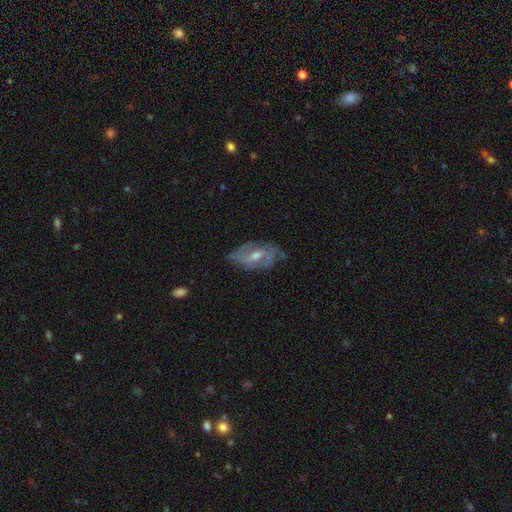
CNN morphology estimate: Smooth or featured?
  - featured or disk: 76% *
  - smooth: 16%
  - star or artifact: 8%
Edge-on disk?
  - no: 93% *
  - yes: 7%
Bar?
  - weak: 49% *
  - no: 36%
  - strong: 16%
Spiral arms?
  - yes: 87% *
  - no: 13%
Spiral winding?
  - medium: 45% *
  - tight: 32%
  - loose: 23%
Spiral arm count?
  - 2: 53% *
  - can't tell: 24%
  - 3: 14%
  - 1: 4%
  - 4: 4%
  - more than 4: 3%
Bulge size?
  - moderate: 64% *
  - small: 29%
  - large: 3%
  - none: 2%
  - dominant: 1%
Merging?
  - none: 70% *
  - minor disturbance: 21%
  - major disturbance: 8%
  - merger: 2%